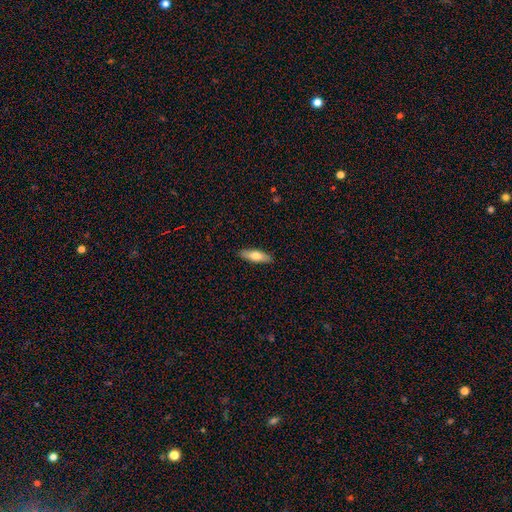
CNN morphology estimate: Smooth or featured? smooth (70%)
How rounded? cigar-shaped (50%)
Merging? none (89%)